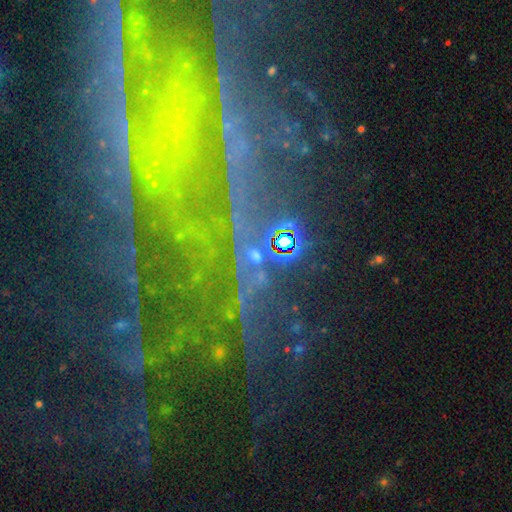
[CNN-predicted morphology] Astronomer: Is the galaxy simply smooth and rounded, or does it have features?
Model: star or artifact — 77%.